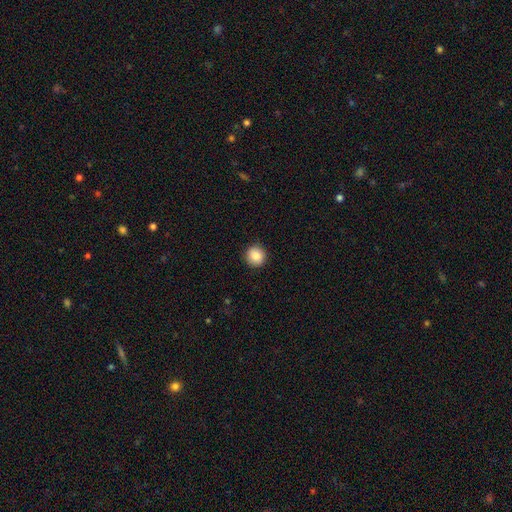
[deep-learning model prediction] This appears to be a smooth galaxy with no disk features (87%) that is round (93%). Merging: none (91%).